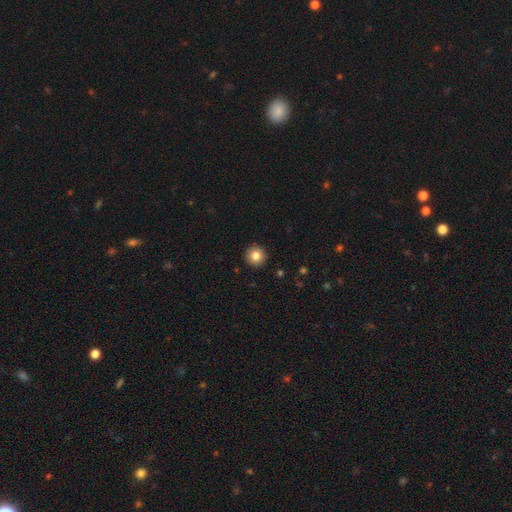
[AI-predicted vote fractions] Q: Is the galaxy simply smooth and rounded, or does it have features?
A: smooth — 83%.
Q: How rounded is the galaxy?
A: round — 96%.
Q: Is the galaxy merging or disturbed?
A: none — 93%.